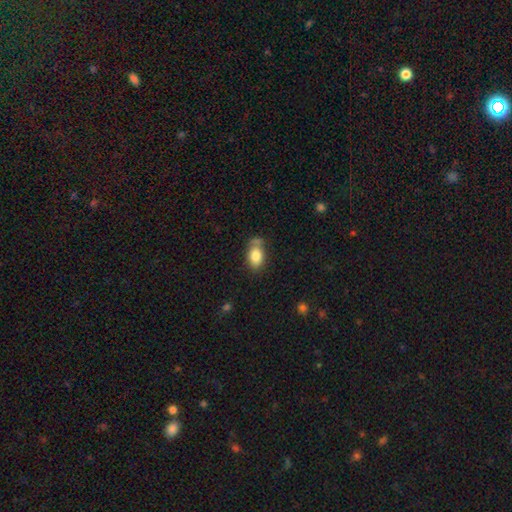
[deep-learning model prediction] smooth_or_featured: smooth (p=0.83) [alt: featured or disk p=0.09]
how_rounded: in between (p=0.86) [alt: round p=0.12]
merging: none (p=0.58) [alt: minor disturbance p=0.22]